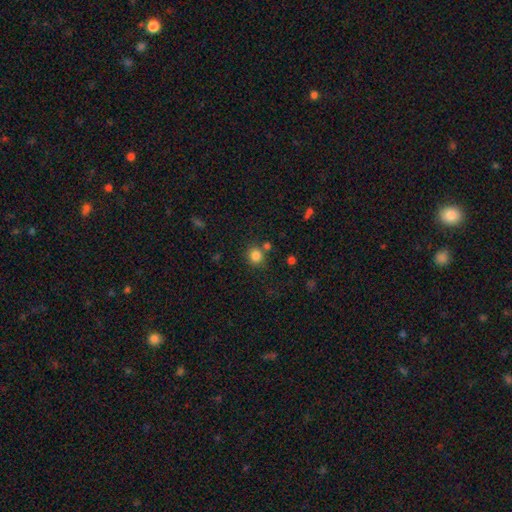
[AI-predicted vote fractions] A smooth galaxy with no disk features (83%) that is round (87%). Merging: none (77%).